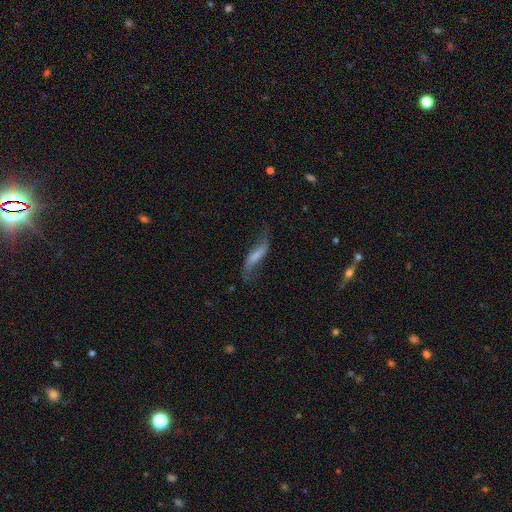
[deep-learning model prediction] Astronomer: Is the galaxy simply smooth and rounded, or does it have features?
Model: featured or disk — 61%.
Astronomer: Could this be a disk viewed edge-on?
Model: no — 81%.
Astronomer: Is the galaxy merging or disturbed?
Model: none — 55%.